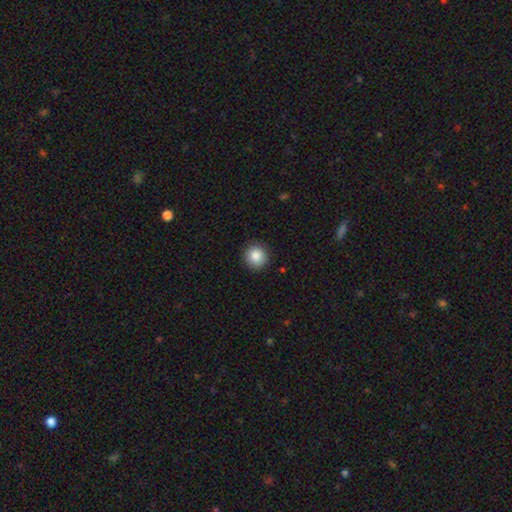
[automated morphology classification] smooth_or_featured: smooth (p=0.86) [alt: star or artifact p=0.09]
how_rounded: round (p=0.93) [alt: in between p=0.06]
merging: none (p=0.90) [alt: minor disturbance p=0.07]